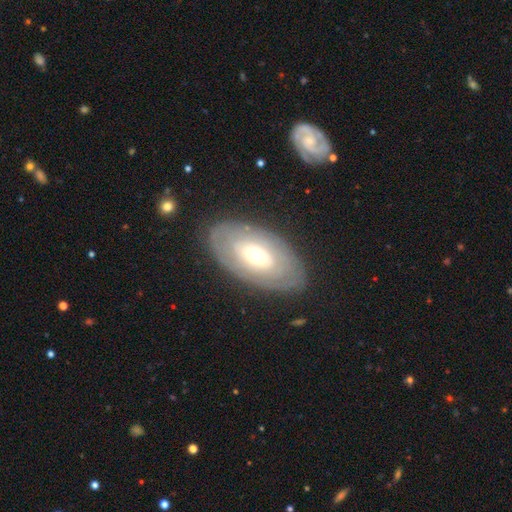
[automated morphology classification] Smooth or featured? featured or disk (55%)
Edge-on disk? no (90%)
Merging? none (81%)